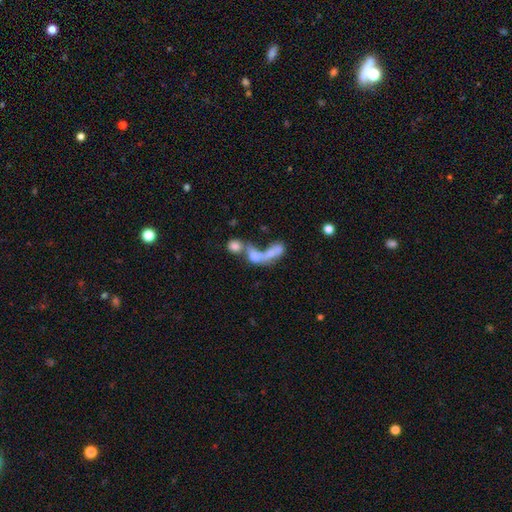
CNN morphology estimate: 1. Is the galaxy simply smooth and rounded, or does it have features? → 46% smooth, 38% featured or disk, 16% star or artifact.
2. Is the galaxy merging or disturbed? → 66% merger, 14% none, 14% major disturbance, 6% minor disturbance.